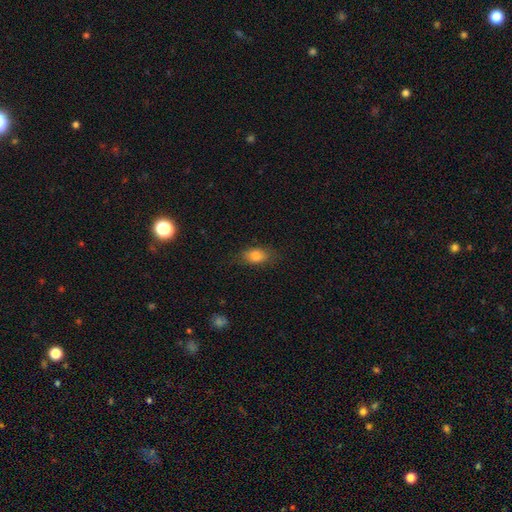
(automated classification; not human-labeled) Overall: smooth (81%). How rounded: in between (82%). Merging: none (79%).